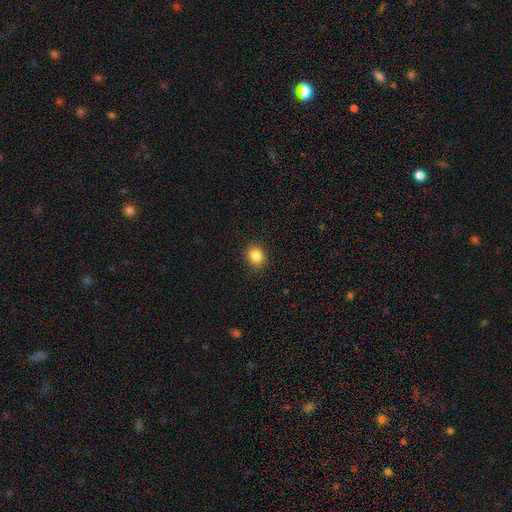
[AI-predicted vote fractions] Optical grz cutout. It shows a smooth galaxy with no disk features (85%) that is round (67%). Merging: none (90%).